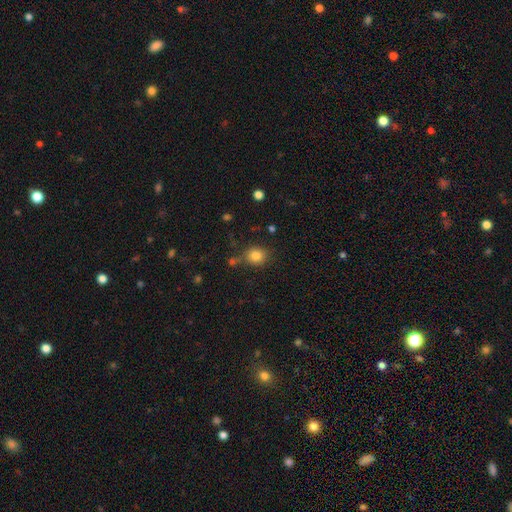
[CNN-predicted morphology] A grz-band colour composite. It shows a smooth galaxy with no disk features (82%) that is round (77%). Merging: none (75%).